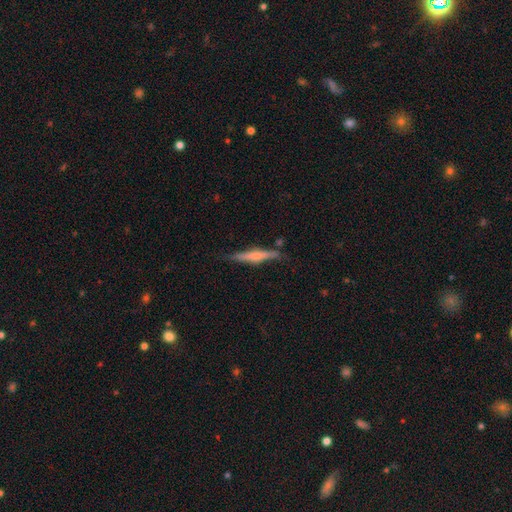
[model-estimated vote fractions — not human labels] The model was most divided on "smooth or featured": featured or disk: 57%, smooth: 37%, star or artifact: 6%. More confident: edge-on disk — yes (96%); merging — none (78%); edge-on bulge — rounded (63%).